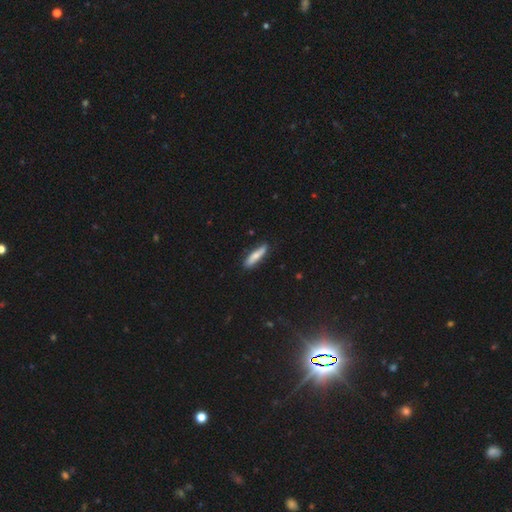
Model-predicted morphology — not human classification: Smooth or featured?
  - smooth: 69% *
  - featured or disk: 25%
  - star or artifact: 6%
How rounded?
  - cigar-shaped: 79% *
  - in between: 19%
  - round: 2%
Merging?
  - none: 81% *
  - minor disturbance: 15%
  - major disturbance: 2%
  - merger: 2%